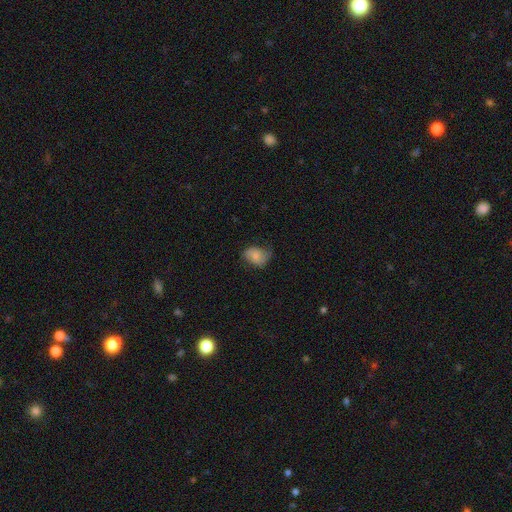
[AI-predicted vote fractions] A smooth galaxy with no disk features (62%) that is in between round and cigar-shaped (68%).

Vote fractions:
- Smooth or featured? smooth: 62% / featured or disk: 29% / star or artifact: 9%
- How rounded? in between: 68% / round: 31% / cigar-shaped: 1%
- Merging? none: 55% / minor disturbance: 31% / major disturbance: 13% / merger: 1%